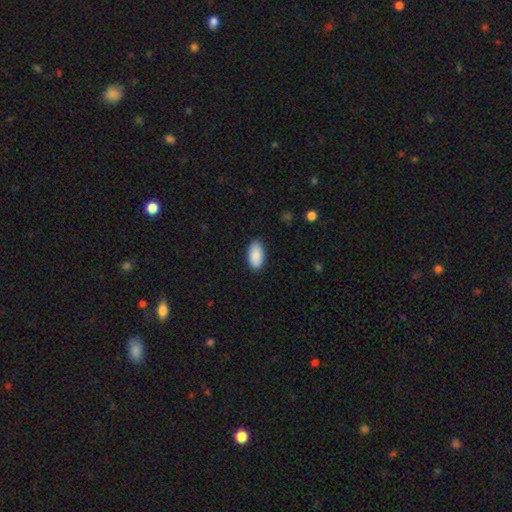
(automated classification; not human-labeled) The model was most divided on "merging": none: 86%, minor disturbance: 11%, major disturbance: 2%, merger: 1%. More confident: how rounded — in between (95%); smooth or featured — smooth (90%).